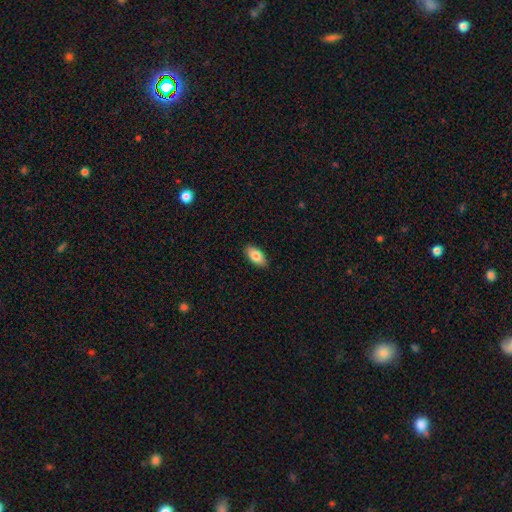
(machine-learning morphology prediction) A smooth galaxy with no disk features (84%) that is in between round and cigar-shaped (92%). Merging: none (89%).